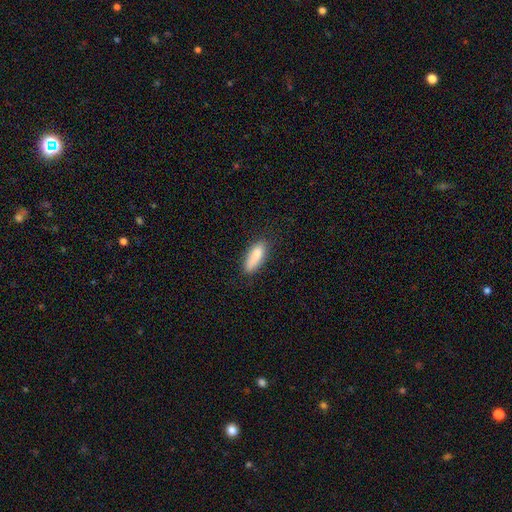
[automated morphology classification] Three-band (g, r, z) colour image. It shows a smooth galaxy with no disk features (83%) that is in between round and cigar-shaped (55%). Merging: none (75%).